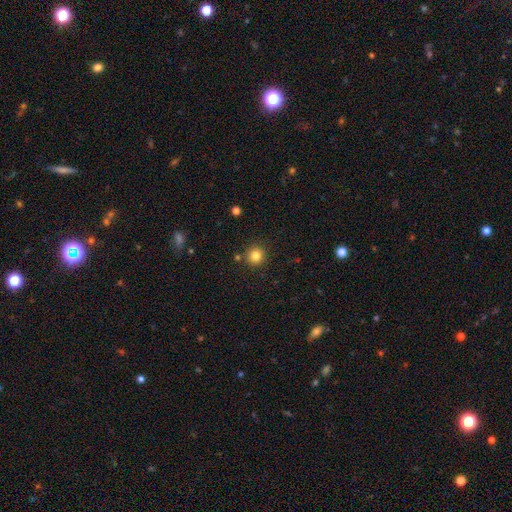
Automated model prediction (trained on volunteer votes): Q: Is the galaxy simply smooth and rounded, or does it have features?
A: smooth — 82%.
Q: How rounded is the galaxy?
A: round — 93%.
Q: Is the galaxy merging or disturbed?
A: none — 87%.